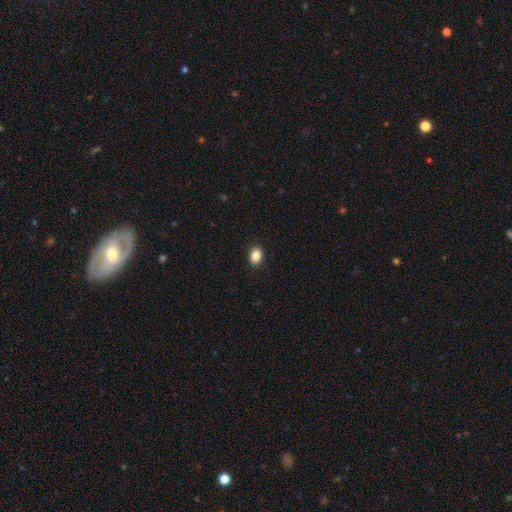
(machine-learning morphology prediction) Q: Smooth or featured?
A: smooth (87%); runner-up: star or artifact (9%)
Q: How rounded?
A: in between (73%); runner-up: round (26%)
Q: Merging?
A: none (91%); runner-up: minor disturbance (6%)